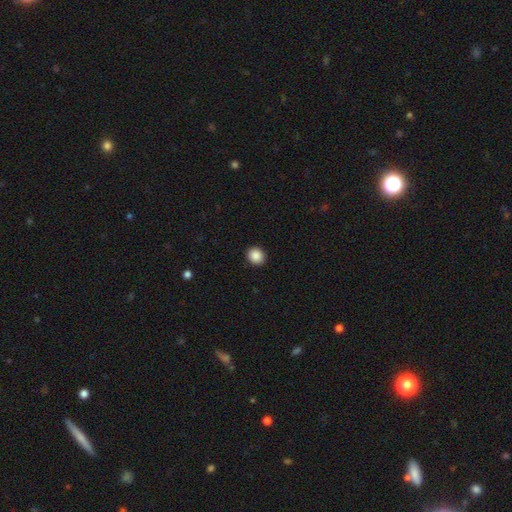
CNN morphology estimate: This appears to be a smooth galaxy with no disk features (88%) that is round (80%). Merging: none (92%).